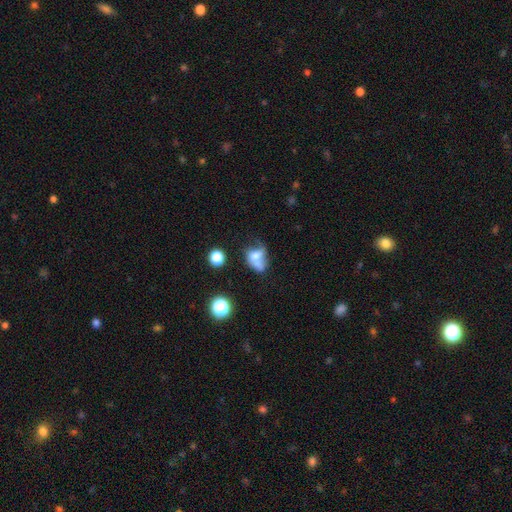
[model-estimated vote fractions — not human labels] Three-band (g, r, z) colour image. It shows a smooth galaxy with no disk features (53%) that is in between round and cigar-shaped (65%). Merging: major disturbance (32%).